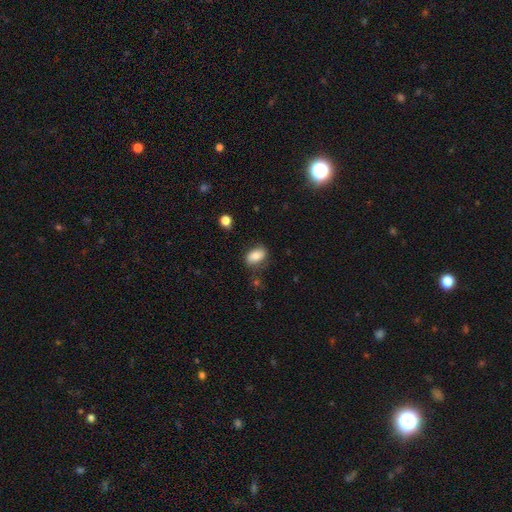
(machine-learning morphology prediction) Overall: smooth (81%). How rounded: in between (88%). Merging: none (71%).